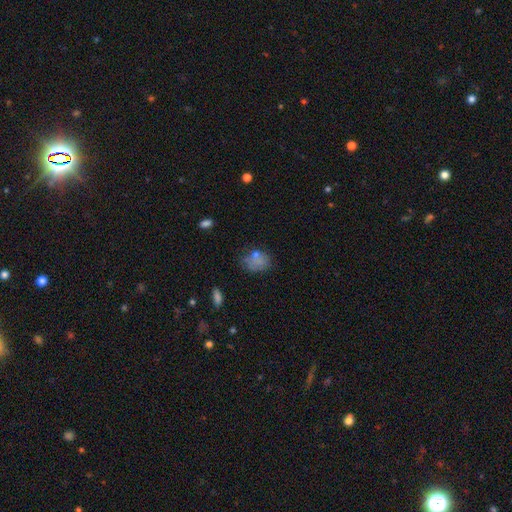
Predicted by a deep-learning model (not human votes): Smooth or featured?
  - smooth: 66% *
  - star or artifact: 19%
  - featured or disk: 15%
How rounded?
  - in between: 62% *
  - round: 36%
  - cigar-shaped: 2%
Merging?
  - none: 60% *
  - minor disturbance: 23%
  - major disturbance: 11%
  - merger: 6%